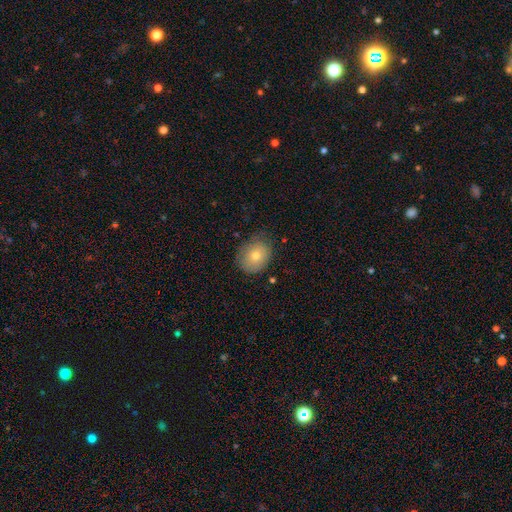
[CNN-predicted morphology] smooth 72%, featured or disk 19%, star or artifact 9%. Down the decision tree: how rounded — round (52%); merging — none (72%).